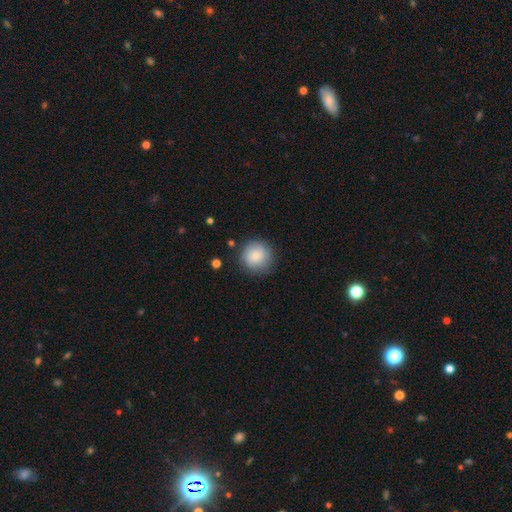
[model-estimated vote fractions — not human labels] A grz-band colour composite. It shows a smooth galaxy with no disk features (84%) that is round (94%). Merging: none (83%).